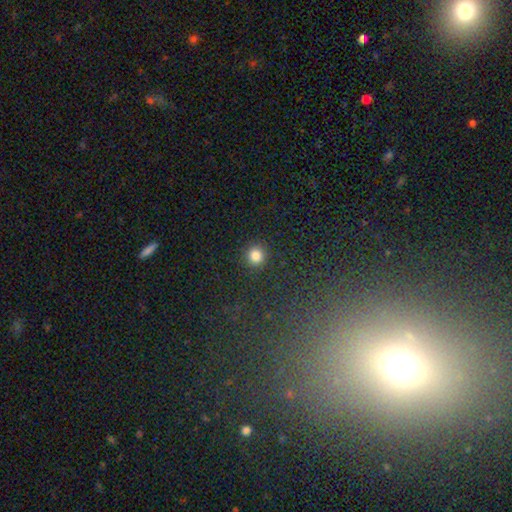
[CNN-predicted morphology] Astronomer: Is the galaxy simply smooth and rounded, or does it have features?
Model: smooth — 82%.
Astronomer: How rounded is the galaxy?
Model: round — 92%.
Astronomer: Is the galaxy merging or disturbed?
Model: none — 91%.